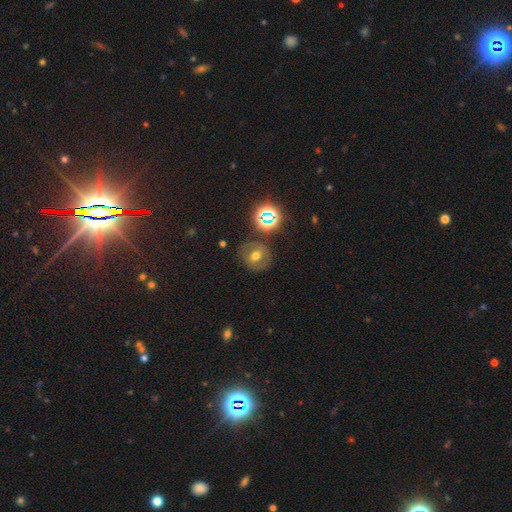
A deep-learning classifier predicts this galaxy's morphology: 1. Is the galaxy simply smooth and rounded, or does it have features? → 48% smooth, 31% featured or disk, 20% star or artifact.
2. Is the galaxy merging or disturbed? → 77% none, 14% minor disturbance, 6% major disturbance, 4% merger.